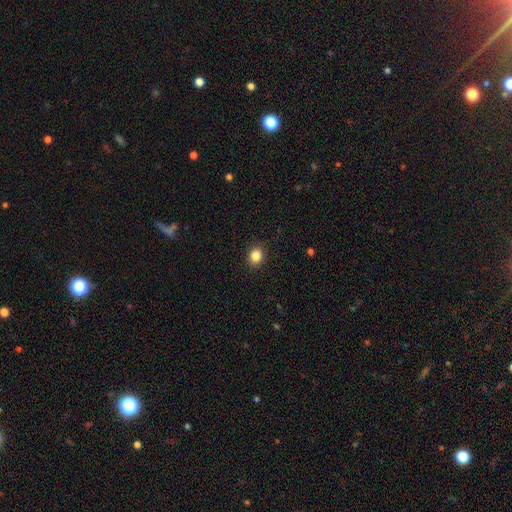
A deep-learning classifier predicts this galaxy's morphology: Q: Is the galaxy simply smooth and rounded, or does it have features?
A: smooth — 85%.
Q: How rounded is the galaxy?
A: round — 68%.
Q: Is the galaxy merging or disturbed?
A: none — 91%.